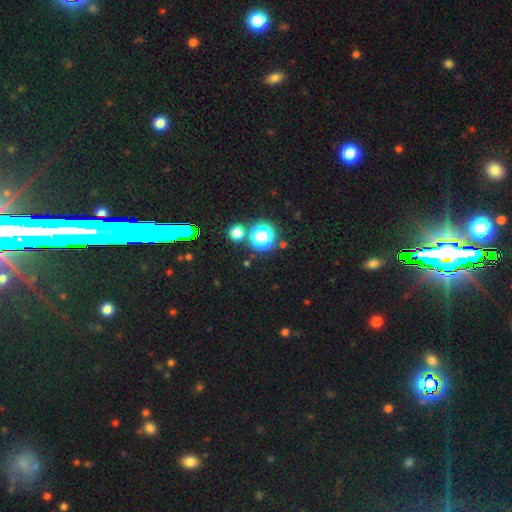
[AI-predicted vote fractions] smooth_or_featured: star or artifact (p=0.80) [alt: smooth p=0.11]